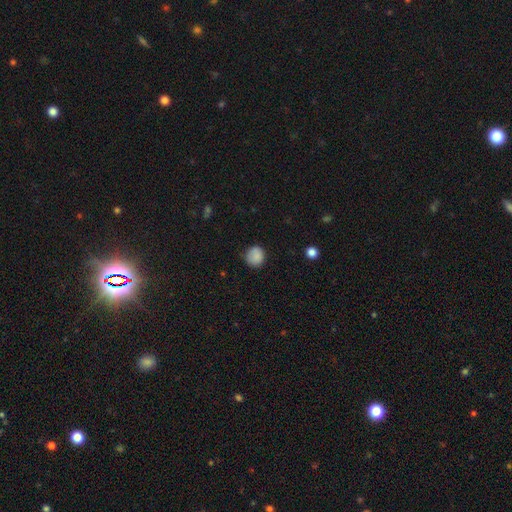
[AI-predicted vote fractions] Smooth or featured? Predicted: smooth (p=0.86). How rounded? Predicted: round (p=0.88). Merging? Predicted: none (p=0.79).